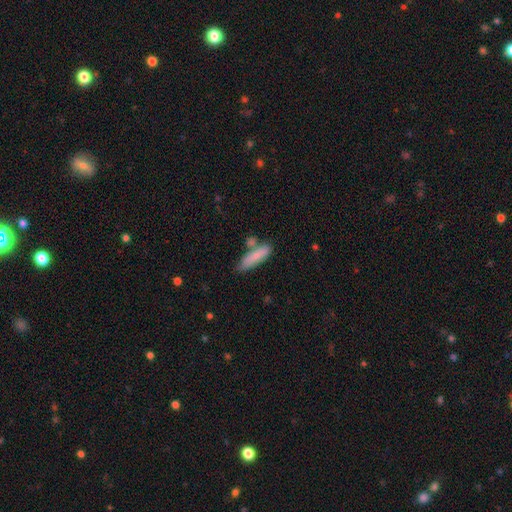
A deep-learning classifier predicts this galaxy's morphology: Smooth or featured?
  - smooth: 79% *
  - featured or disk: 15%
  - star or artifact: 6%
How rounded?
  - cigar-shaped: 65% *
  - in between: 33%
  - round: 2%
Merging?
  - none: 61% *
  - minor disturbance: 18%
  - merger: 17%
  - major disturbance: 4%